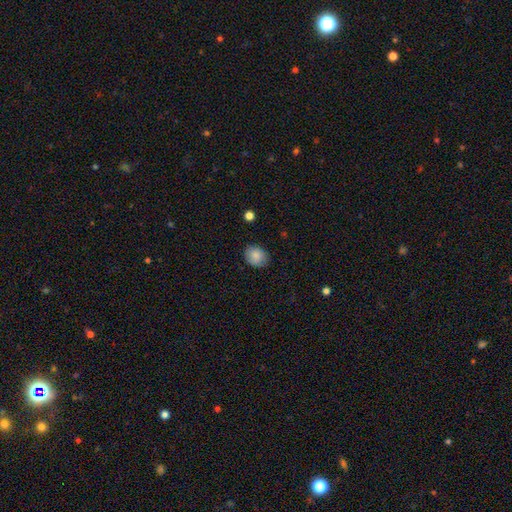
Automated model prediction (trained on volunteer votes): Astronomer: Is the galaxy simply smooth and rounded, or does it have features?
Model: smooth — 86%.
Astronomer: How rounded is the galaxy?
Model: round — 56% (runner-up: in between, 43%).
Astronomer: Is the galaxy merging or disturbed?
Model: none — 84%.